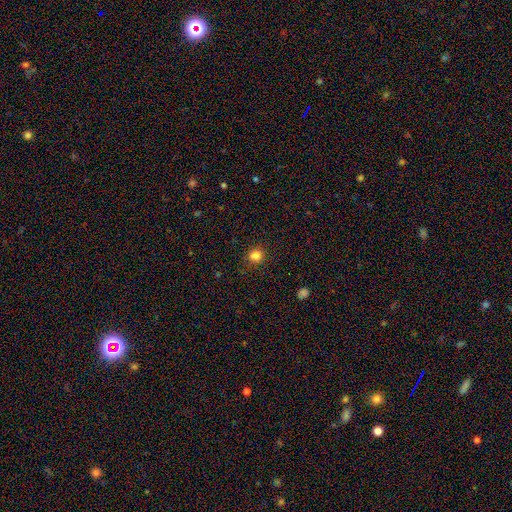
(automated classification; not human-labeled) Overall: smooth (83%). How rounded: round (80%). Merging: none (85%).